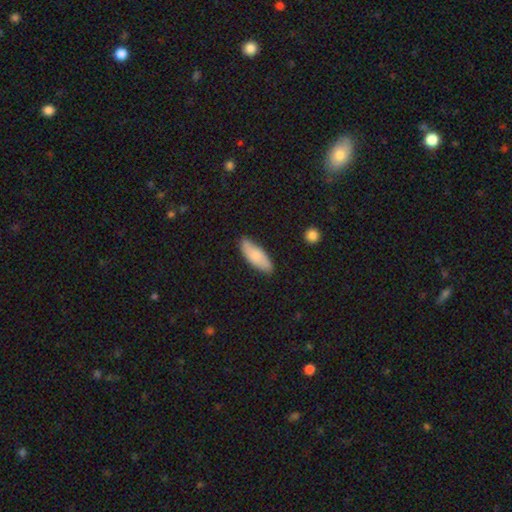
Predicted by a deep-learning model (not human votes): This is likely a smooth galaxy (74%). How rounded: likely in between (72%). Merging: likely none (79%).